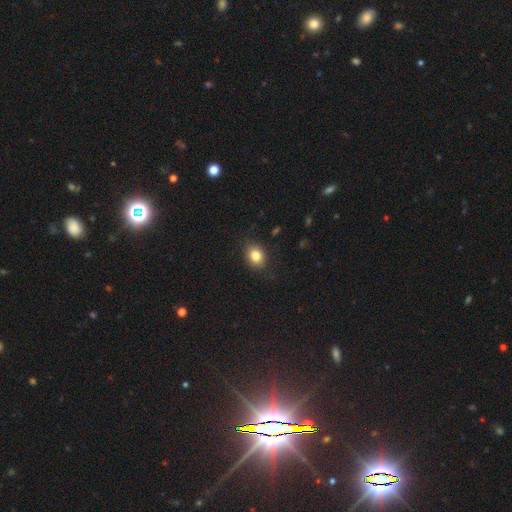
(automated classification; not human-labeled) A smooth galaxy with no disk features (83%) that is in between round and cigar-shaped (54%).

Vote fractions:
- Smooth or featured? smooth: 83% / star or artifact: 10% / featured or disk: 7%
- How rounded? in between: 54% / round: 45% / cigar-shaped: 1%
- Merging? none: 86% / minor disturbance: 10% / major disturbance: 3% / merger: 1%